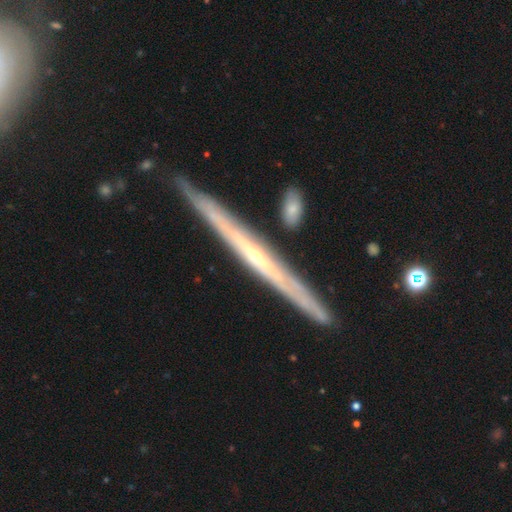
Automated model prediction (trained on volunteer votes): This is clearly a featured or disk galaxy (81%). It is clearly viewed edge-on (96%). Edge-on bulge: possibly rounded (56%). Merging: clearly none (86%).